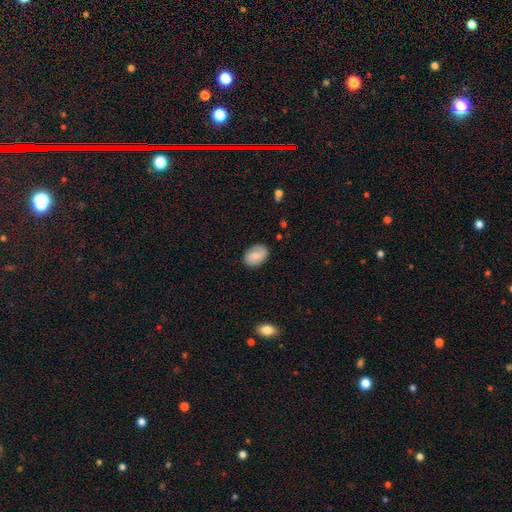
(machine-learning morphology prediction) smooth_or_featured: smooth (p=0.78) [alt: featured or disk p=0.15]
how_rounded: in between (p=0.84) [alt: round p=0.15]
merging: none (p=0.83) [alt: minor disturbance p=0.13]